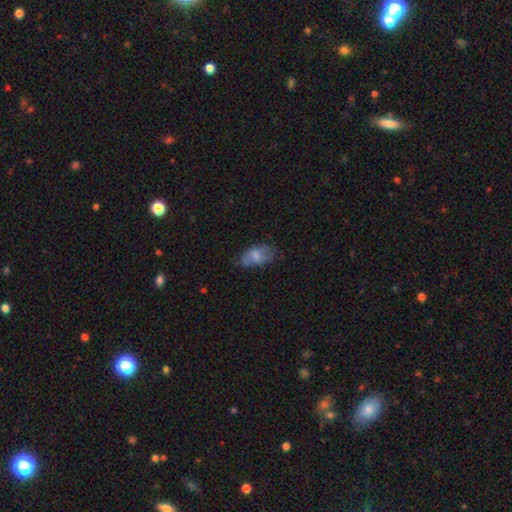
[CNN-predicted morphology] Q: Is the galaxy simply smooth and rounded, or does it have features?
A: smooth — 62%.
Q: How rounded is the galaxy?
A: in between — 91%.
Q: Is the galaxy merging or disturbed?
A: none — 51%.